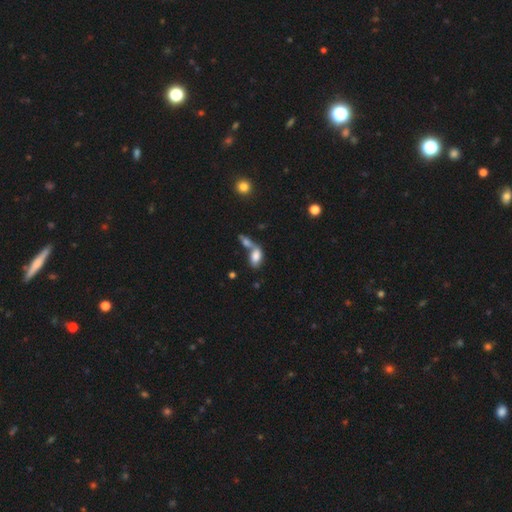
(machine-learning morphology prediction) smooth-or-featured: smooth: 76% | featured or disk: 14% | star or artifact: 10%
  how-rounded: in between: 89% | round: 6% | cigar-shaped: 4%
  merging: merger: 61% | none: 24% | minor disturbance: 9% | major disturbance: 6%